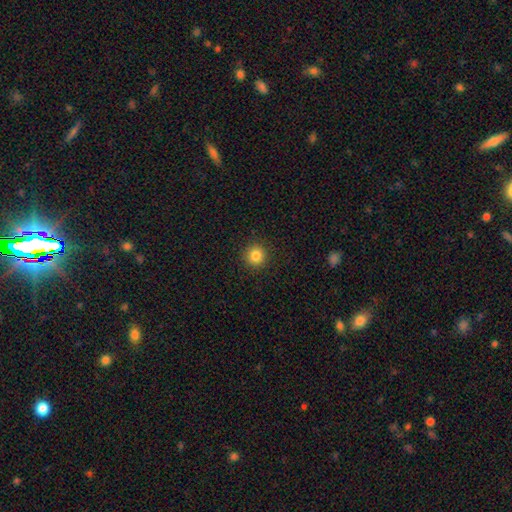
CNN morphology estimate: Smooth or featured? Predicted: smooth (p=0.84). How rounded? Predicted: round (p=0.94). Merging? Predicted: none (p=0.92).